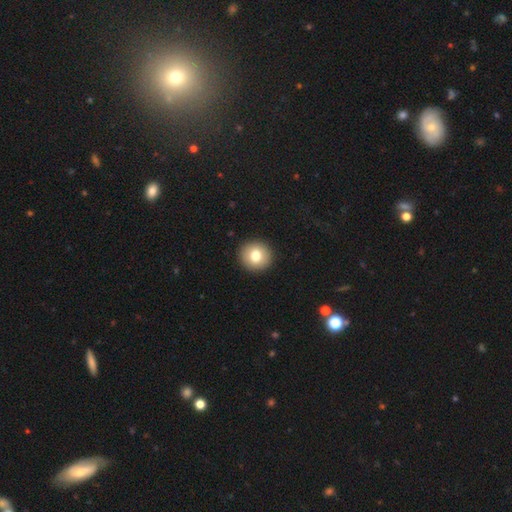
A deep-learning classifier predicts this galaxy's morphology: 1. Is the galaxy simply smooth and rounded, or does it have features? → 77% smooth, 14% featured or disk, 9% star or artifact.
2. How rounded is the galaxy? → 94% round, 5% in between, 1% cigar-shaped.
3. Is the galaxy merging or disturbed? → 93% none, 4% minor disturbance, 2% major disturbance, 1% merger.